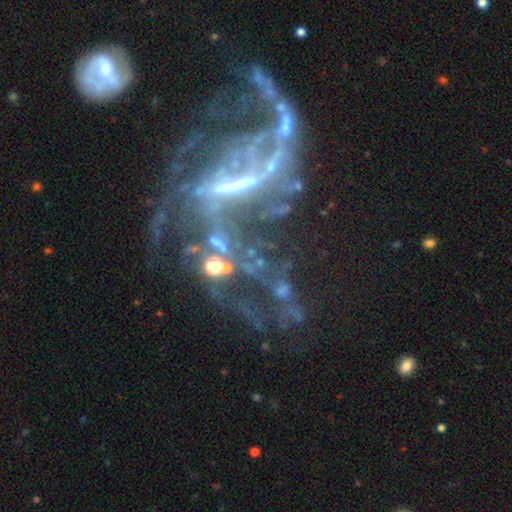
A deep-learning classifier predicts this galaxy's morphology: A featured or disk galaxy (82%) with a strong bar (44%), 2 (35%) loose (60%) spiral arms (77%) and a small central bulge (39%).

Vote fractions:
- Smooth or featured? featured or disk: 82% / star or artifact: 13% / smooth: 5%
- Edge-on disk? no: 96% / yes: 4%
- Bar? strong: 44% / weak: 36% / no: 21%
- Spiral arms? yes: 77% / no: 23%
- Spiral winding? loose: 60% / medium: 28% / tight: 11%
- Spiral arm count? 2: 35% / can't tell: 31% / 3: 11% / 1: 10% / 4: 7% / more than 4: 6%
- Bulge size? small: 39% / none: 37% / moderate: 21% / large: 2% / dominant: 1%
- Merging? major disturbance: 45% / none: 27% / merger: 16% / minor disturbance: 13%